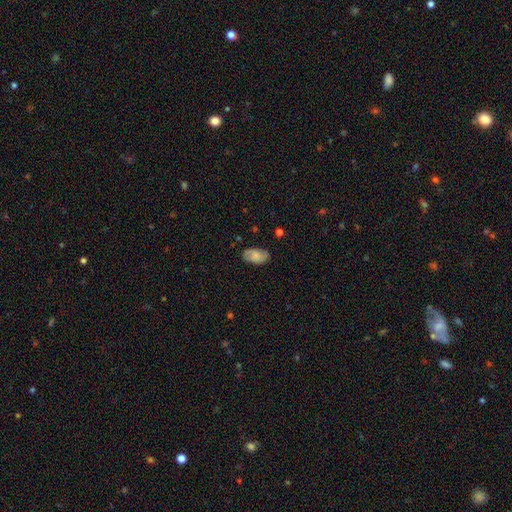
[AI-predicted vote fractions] A smooth galaxy with no disk features (70%) that is in between round and cigar-shaped (94%).

Vote fractions:
- Smooth or featured? smooth: 70% / featured or disk: 22% / star or artifact: 8%
- How rounded? in between: 94% / round: 5% / cigar-shaped: 2%
- Merging? none: 79% / minor disturbance: 16% / major disturbance: 3% / merger: 1%